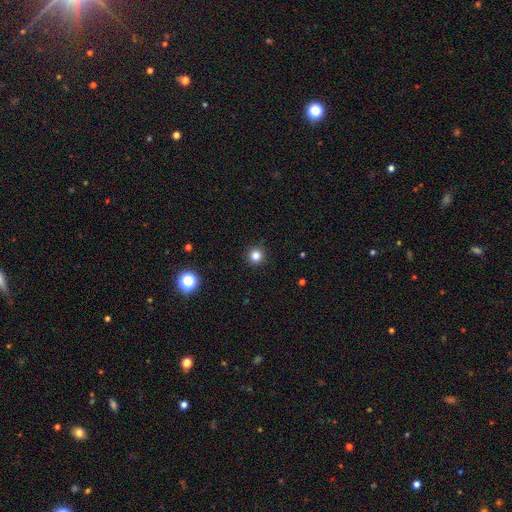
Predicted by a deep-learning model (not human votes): Morphology: type=smooth (82%); roundness=round (95%); merging=none (92%).